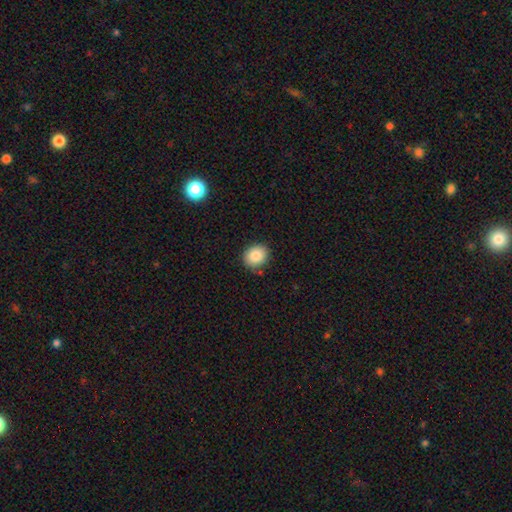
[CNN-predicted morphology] Smooth or featured? Predicted: smooth (p=0.85). How rounded? Predicted: round (p=0.66). Merging? Predicted: none (p=0.84).